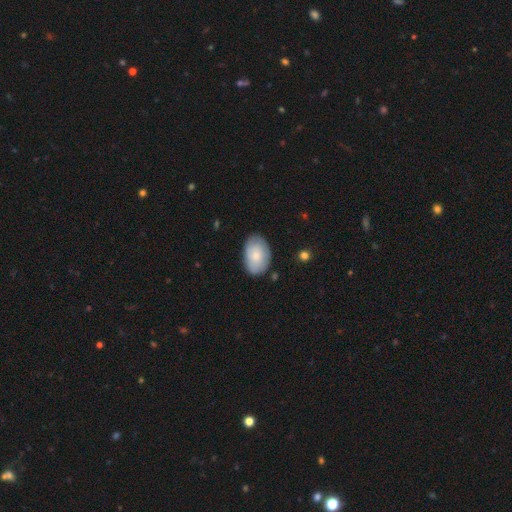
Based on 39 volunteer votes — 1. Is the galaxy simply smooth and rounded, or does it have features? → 79% smooth, 15% featured or disk, 5% star or artifact.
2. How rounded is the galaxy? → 84% in between, 13% round, 3% cigar-shaped.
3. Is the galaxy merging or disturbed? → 78% none, 19% minor disturbance, 3% major disturbance, 0% merger.